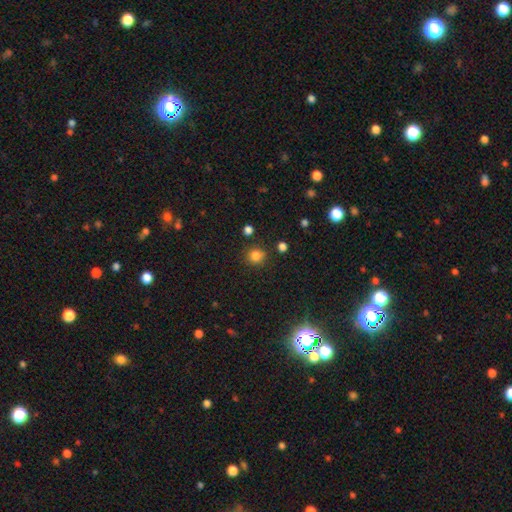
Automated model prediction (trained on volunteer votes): Smooth or featured? smooth (82%)
How rounded? round (89%)
Merging? none (85%)